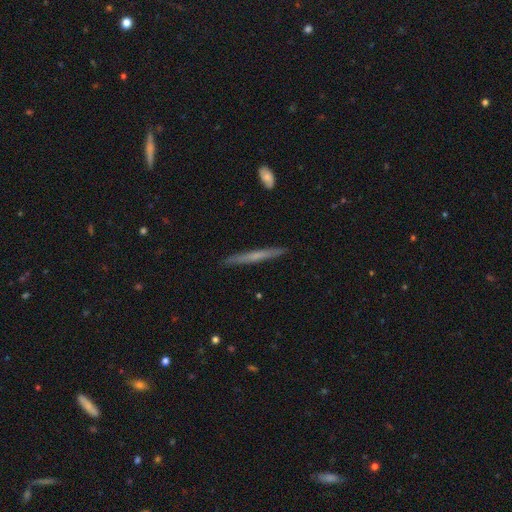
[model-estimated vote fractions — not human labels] A featured or disk galaxy (51%) viewed edge-on (97%).

Vote fractions:
- Smooth or featured? featured or disk: 51% / smooth: 44% / star or artifact: 6%
- Edge-on disk? yes: 97% / no: 3%
- Merging? none: 91% / minor disturbance: 7% / major disturbance: 1% / merger: 1%